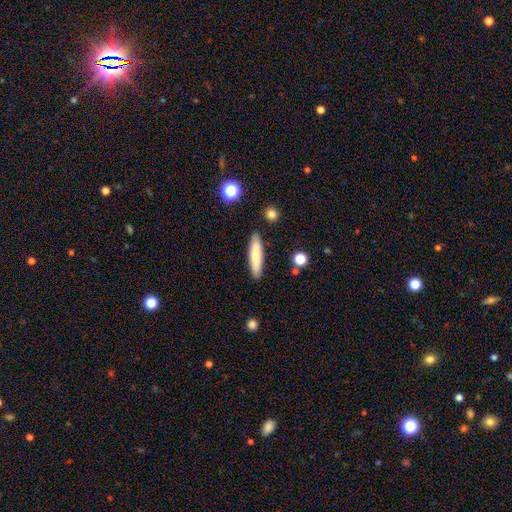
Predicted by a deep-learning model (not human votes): smooth 72%, featured or disk 22%, star or artifact 6%. Down the decision tree: how rounded — cigar-shaped (82%); merging — none (88%).